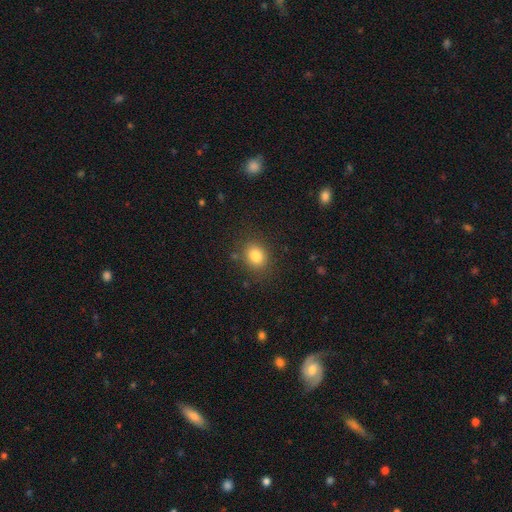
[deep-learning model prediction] Q: Smooth or featured?
A: smooth (82%); runner-up: star or artifact (11%)
Q: How rounded?
A: round (62%); runner-up: in between (37%)
Q: Merging?
A: none (84%); runner-up: minor disturbance (10%)